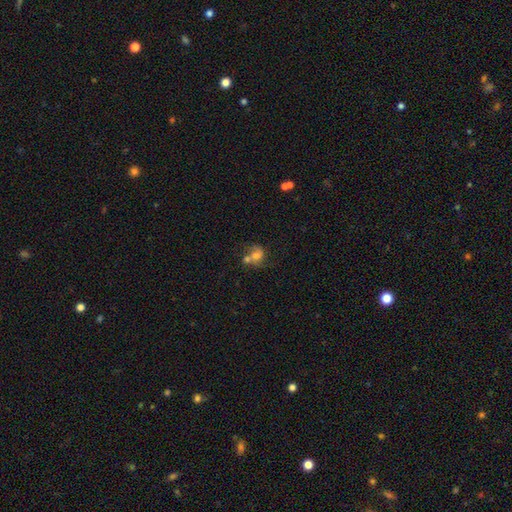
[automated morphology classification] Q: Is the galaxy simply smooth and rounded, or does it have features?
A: smooth — 50%.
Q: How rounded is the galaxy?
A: round — 57%.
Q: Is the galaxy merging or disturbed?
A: merger — 47%.